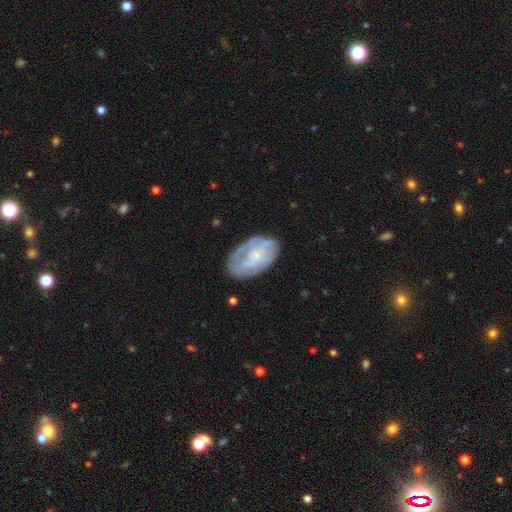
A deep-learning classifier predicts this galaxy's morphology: featured or disk 61%, smooth 33%, star or artifact 6%. Down the decision tree: edge-on disk — no (96%); bar — no (76%); spiral arms — yes (63%); bulge size — small (63%); merging — none (67%).